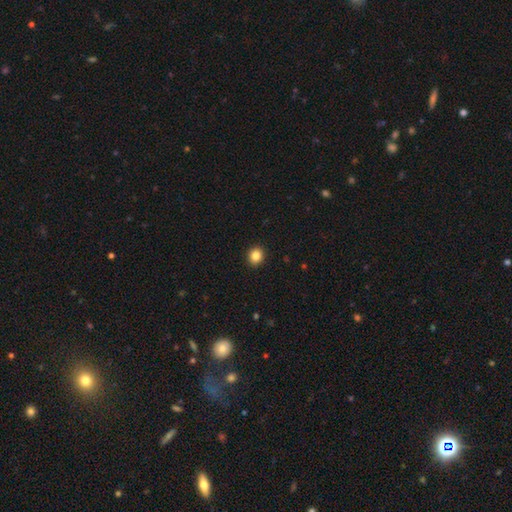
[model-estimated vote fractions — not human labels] Smooth or featured? Predicted: smooth (p=0.85). How rounded? Predicted: round (p=0.78). Merging? Predicted: none (p=0.92).